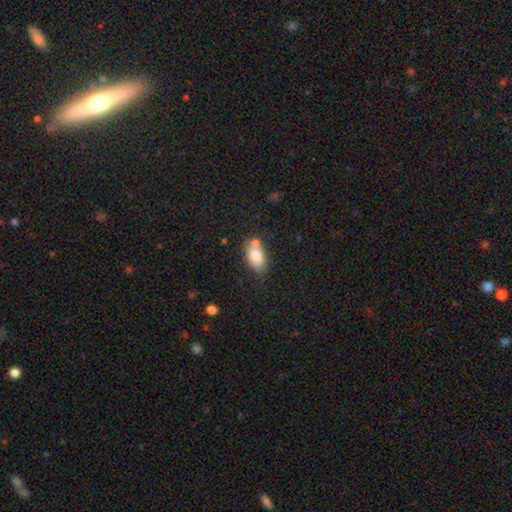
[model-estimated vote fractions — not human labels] This is clearly a smooth galaxy (82%). How rounded: clearly in between (89%). Merging: possibly none (55%).